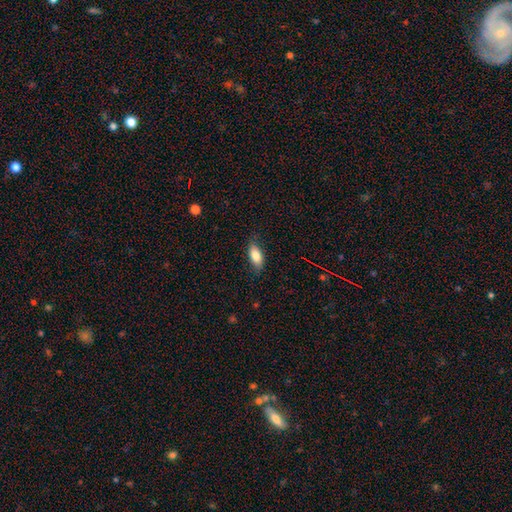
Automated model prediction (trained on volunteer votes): Morphology: type=smooth (81%); roundness=in between (85%); merging=none (77%).